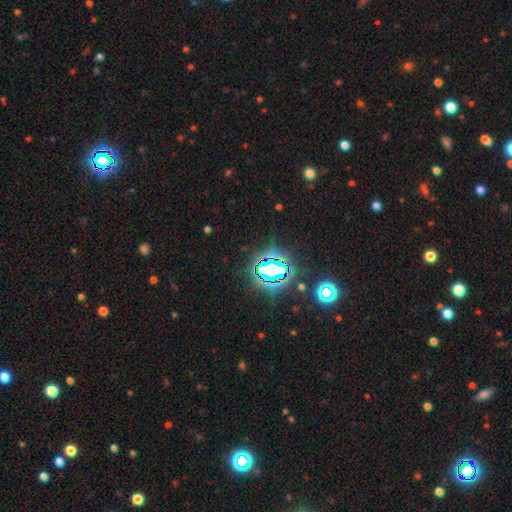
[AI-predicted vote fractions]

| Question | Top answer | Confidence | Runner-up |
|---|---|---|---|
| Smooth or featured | star or artifact | 81% | smooth (12%) |